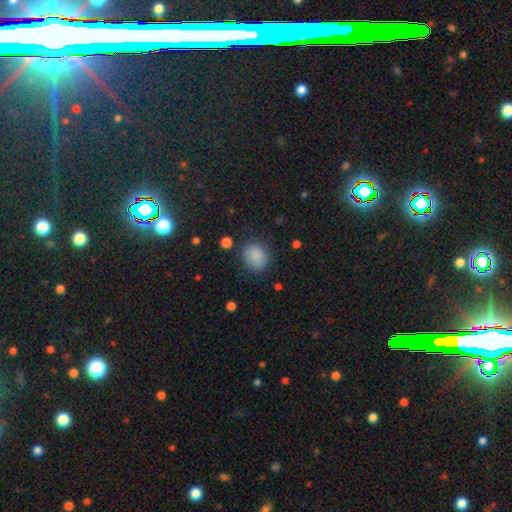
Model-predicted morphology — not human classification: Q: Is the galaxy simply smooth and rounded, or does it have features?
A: smooth — 86%.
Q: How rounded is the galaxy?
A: round — 69%.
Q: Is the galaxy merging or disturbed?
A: none — 78%.